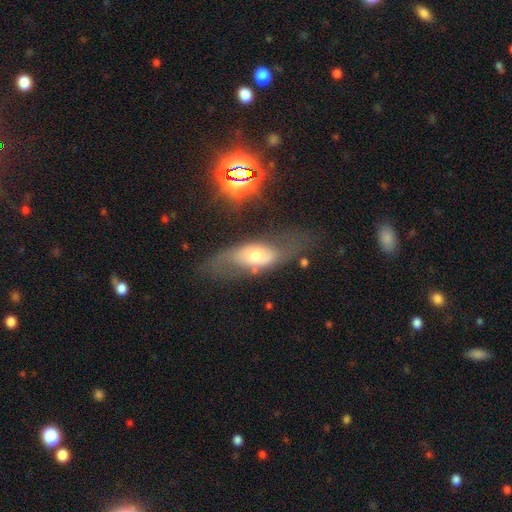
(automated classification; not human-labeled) Smooth or featured? Predicted: featured or disk (p=0.57). Edge-on disk? Predicted: no (p=0.78). Merging? Predicted: none (p=0.57).